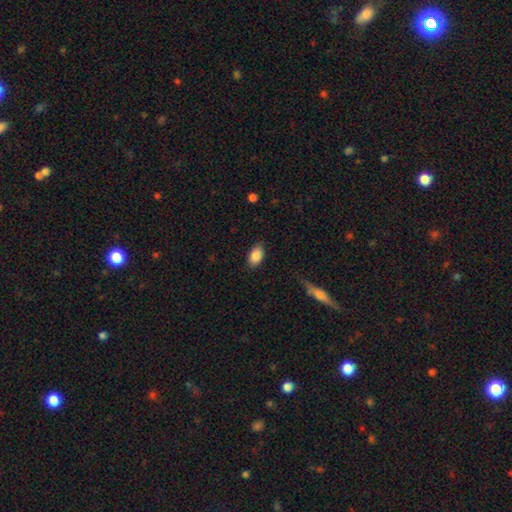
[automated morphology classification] This appears to be a smooth galaxy with no disk features (88%) that is in between round and cigar-shaped (92%). Merging: none (84%).